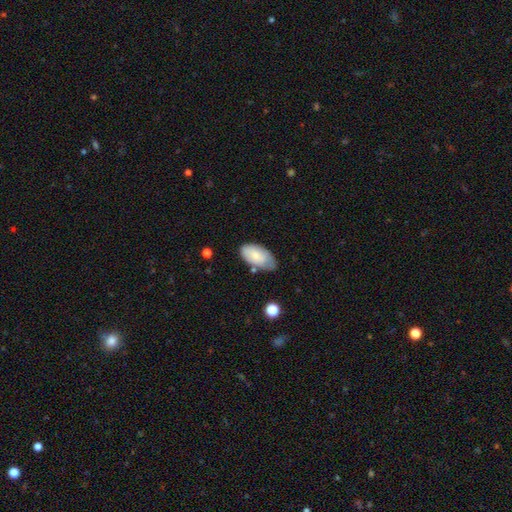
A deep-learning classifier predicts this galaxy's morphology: smooth 76%, featured or disk 17%, star or artifact 6%. Down the decision tree: how rounded — in between (95%); merging — none (57%).